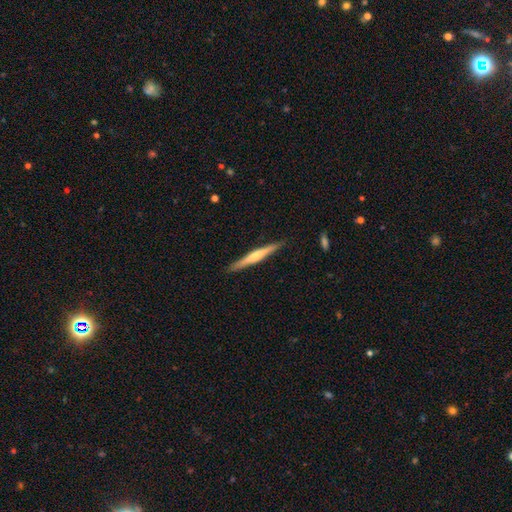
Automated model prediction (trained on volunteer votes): A featured or disk galaxy (59%) viewed edge-on (97%) with a rounded central bulge (69%).

Vote fractions:
- Smooth or featured? featured or disk: 59% / smooth: 36% / star or artifact: 5%
- Edge-on disk? yes: 97% / no: 3%
- Edge-on bulge? rounded: 69% / none: 23% / boxy: 8%
- Merging? none: 90% / minor disturbance: 7% / major disturbance: 1% / merger: 1%